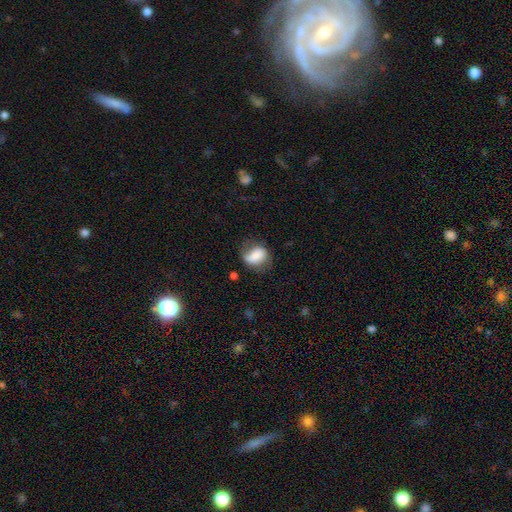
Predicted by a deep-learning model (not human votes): A smooth galaxy with no disk features (65%) that is in between round and cigar-shaped (64%).

Vote fractions:
- Smooth or featured? smooth: 65% / featured or disk: 26% / star or artifact: 9%
- How rounded? in between: 64% / round: 34% / cigar-shaped: 2%
- Merging? none: 48% / minor disturbance: 30% / major disturbance: 19% / merger: 3%